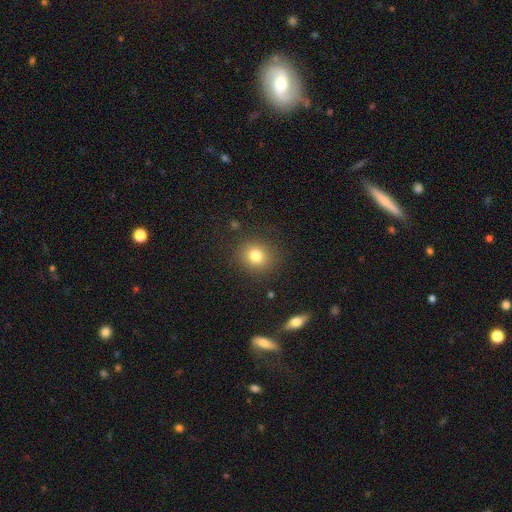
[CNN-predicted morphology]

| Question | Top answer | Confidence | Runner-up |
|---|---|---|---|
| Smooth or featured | smooth | 79% | star or artifact (12%) |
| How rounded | round | 79% | in between (20%) |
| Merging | none | 87% | minor disturbance (8%) |